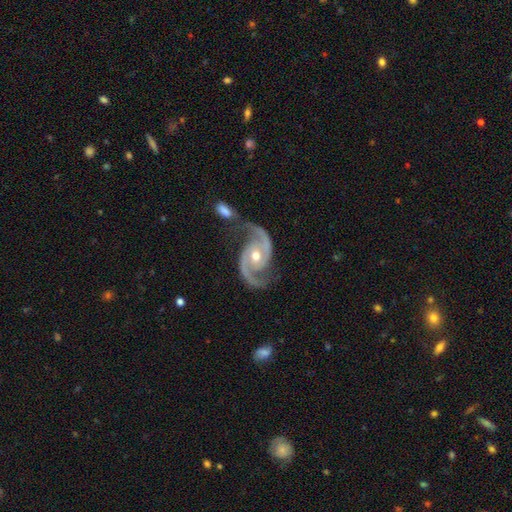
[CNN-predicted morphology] featured or disk 94%, star or artifact 4%, smooth 2%. Down the decision tree: edge-on disk — no (98%); bar — no (60%); spiral arms — yes (98%); spiral arm count — 2 (94%); spiral winding — medium (59%); bulge size — moderate (74%); merging — none (58%).